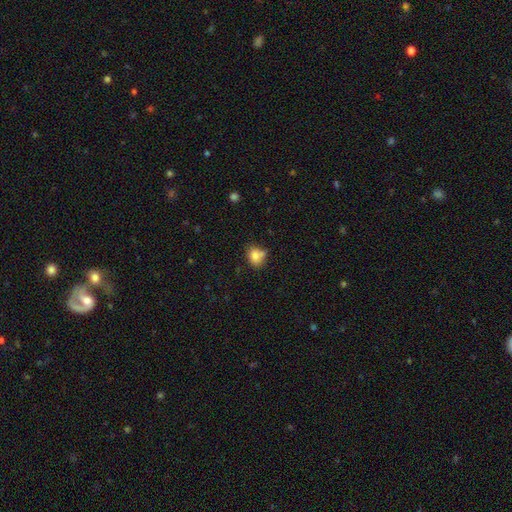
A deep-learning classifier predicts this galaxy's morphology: smooth 80%, star or artifact 10%, featured or disk 9%. Down the decision tree: how rounded — round (54%); merging — none (54%).